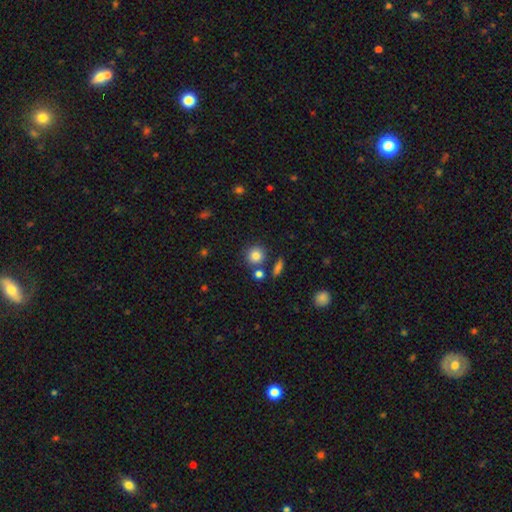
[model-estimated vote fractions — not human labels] This appears to be a smooth galaxy with no disk features (83%) that is round (88%). Merging: none (75%).